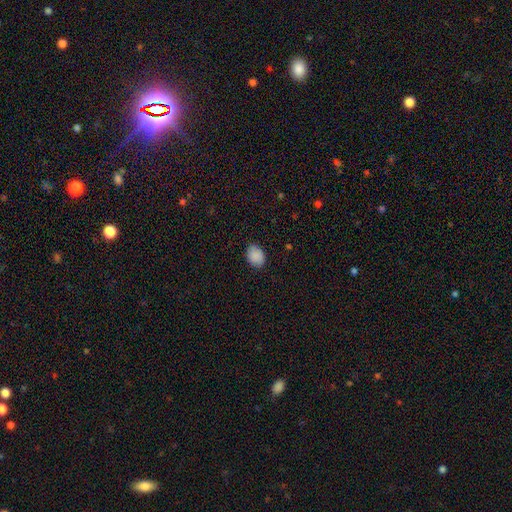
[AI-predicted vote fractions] Smooth or featured: smooth — 89% (star or artifact — 7%)
How rounded: in between — 72% (round — 27%)
Merging: none — 84% (minor disturbance — 13%)